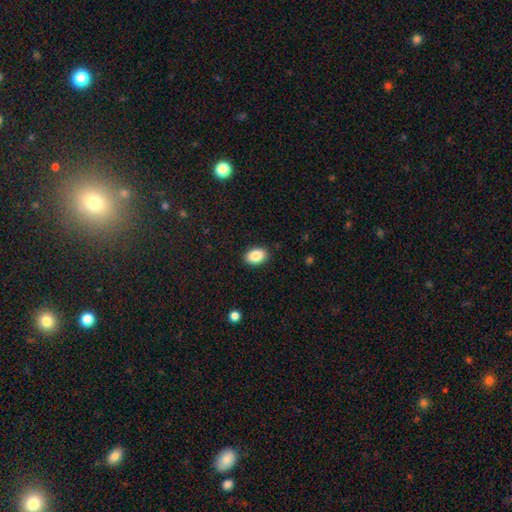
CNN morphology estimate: A smooth galaxy with no disk features (88%) that is in between round and cigar-shaped (84%).

Vote fractions:
- Smooth or featured? smooth: 88% / star or artifact: 8% / featured or disk: 4%
- How rounded? in between: 84% / round: 15% / cigar-shaped: 1%
- Merging? none: 89% / minor disturbance: 8% / major disturbance: 2% / merger: 1%